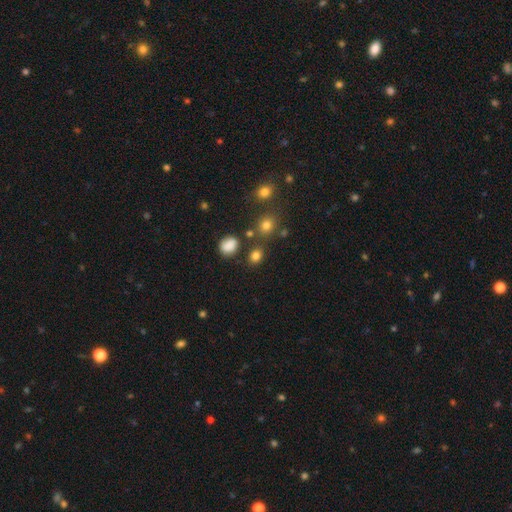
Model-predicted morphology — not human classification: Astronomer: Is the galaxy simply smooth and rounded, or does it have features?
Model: smooth — 80%.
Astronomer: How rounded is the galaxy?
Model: round — 60% (runner-up: in between, 39%).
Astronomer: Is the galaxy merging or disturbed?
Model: none — 76%.